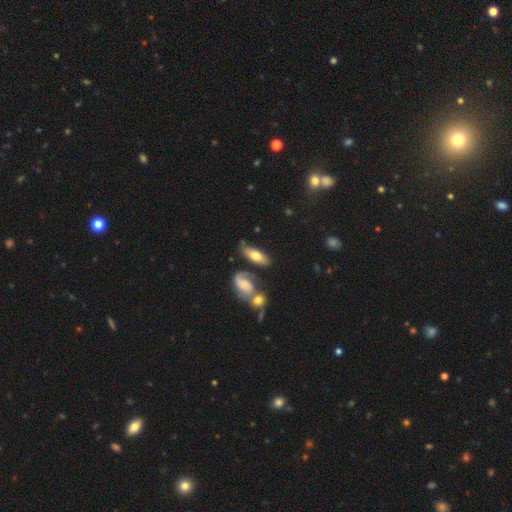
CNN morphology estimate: Smooth or featured?
  - smooth: 59% *
  - featured or disk: 33%
  - star or artifact: 8%
How rounded?
  - in between: 69% *
  - cigar-shaped: 27%
  - round: 4%
Merging?
  - none: 54% *
  - minor disturbance: 20%
  - merger: 17%
  - major disturbance: 9%